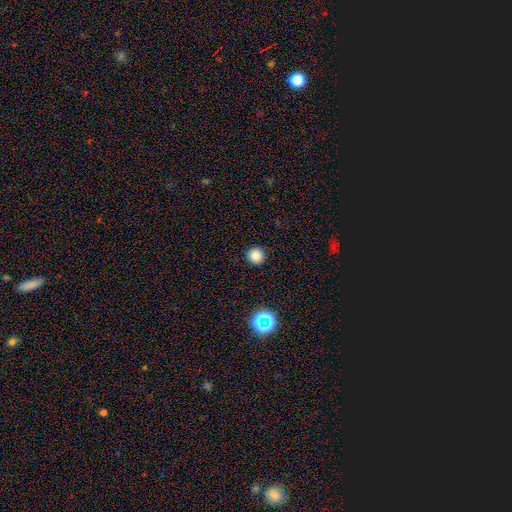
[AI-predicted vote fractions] Morphology: type=smooth (82%); roundness=round (95%); merging=none (93%).